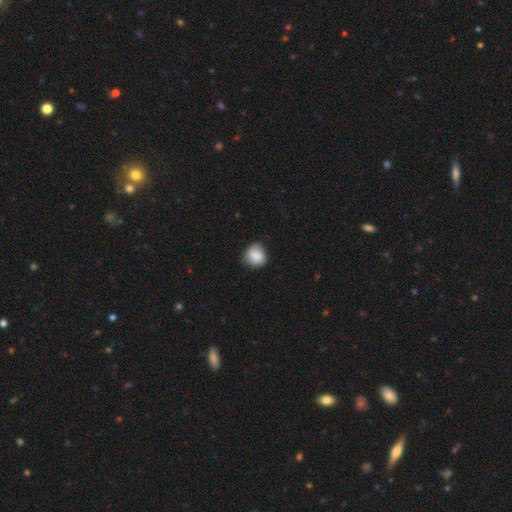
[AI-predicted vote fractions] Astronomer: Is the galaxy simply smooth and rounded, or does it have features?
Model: smooth — 83%.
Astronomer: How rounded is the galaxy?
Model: round — 78%.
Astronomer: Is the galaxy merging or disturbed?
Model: none — 70%.